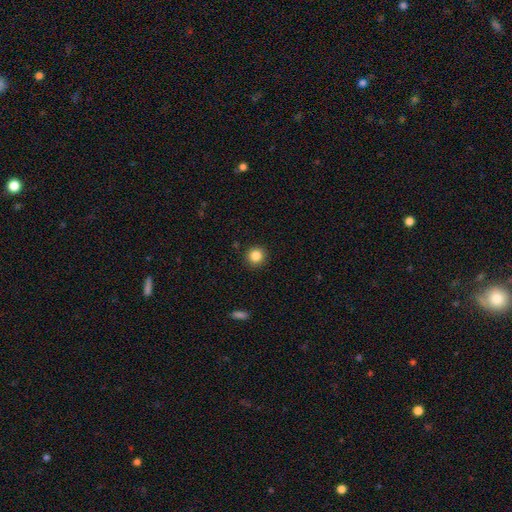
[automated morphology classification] Smooth or featured? smooth (85%)
How rounded? round (92%)
Merging? none (91%)